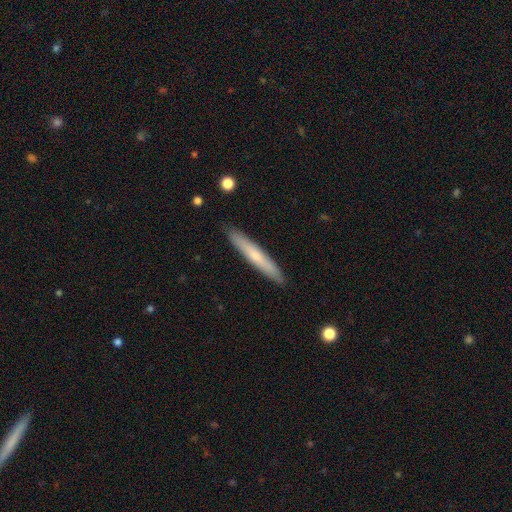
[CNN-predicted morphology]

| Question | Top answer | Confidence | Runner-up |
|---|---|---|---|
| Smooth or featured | smooth | 57% | featured or disk (37%) |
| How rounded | cigar-shaped | 95% | in between (4%) |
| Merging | none | 91% | minor disturbance (7%) |